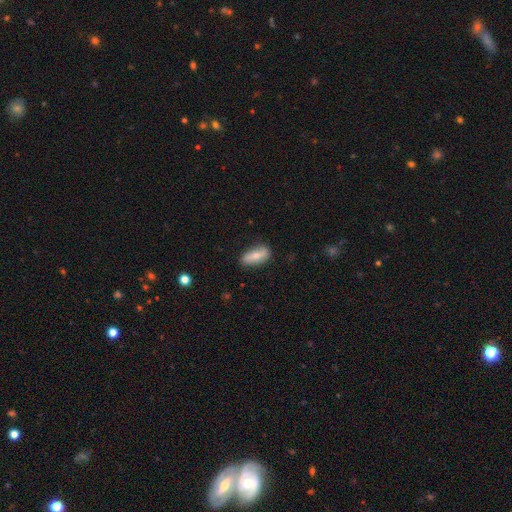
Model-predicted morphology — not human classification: smooth-or-featured: smooth: 59% | featured or disk: 34% | star or artifact: 6%
  how-rounded: in between: 80% | cigar-shaped: 16% | round: 4%
  merging: none: 79% | minor disturbance: 16% | major disturbance: 3% | merger: 1%